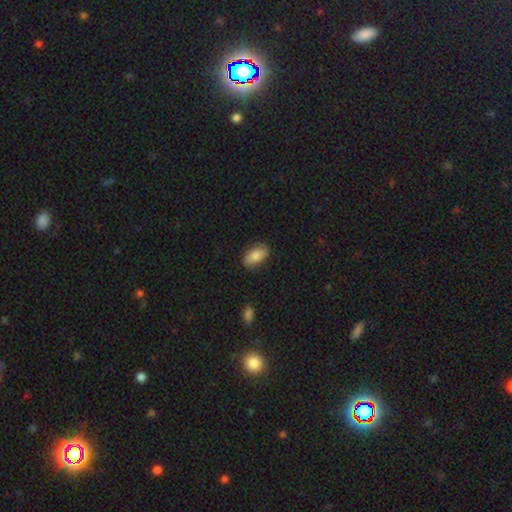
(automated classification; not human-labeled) Smooth or featured?
  - smooth: 80% *
  - featured or disk: 13%
  - star or artifact: 7%
How rounded?
  - in between: 92% *
  - round: 4%
  - cigar-shaped: 4%
Merging?
  - none: 80% *
  - minor disturbance: 15%
  - major disturbance: 3%
  - merger: 1%